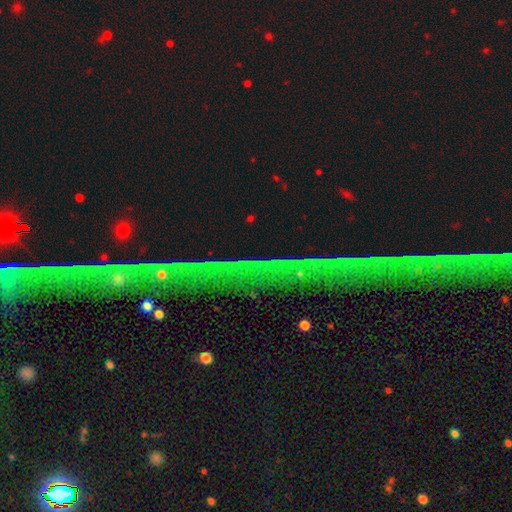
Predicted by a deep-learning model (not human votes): The model was most divided on "smooth or featured": star or artifact: 73%, featured or disk: 14%, smooth: 13%.